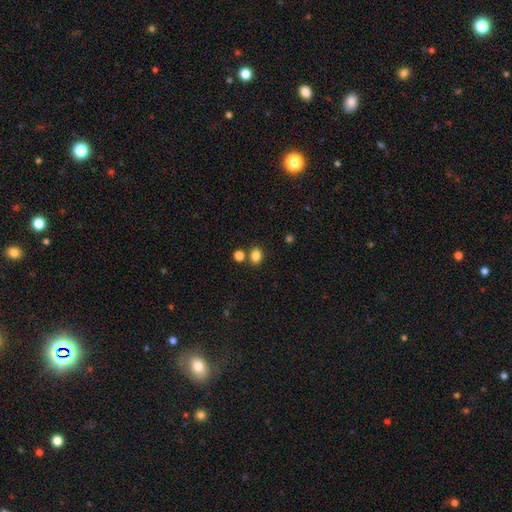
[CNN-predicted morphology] The model was most divided on "how rounded": in between: 52%, round: 47%, cigar-shaped: 1%. More confident: smooth or featured — smooth (84%); merging — none (74%).